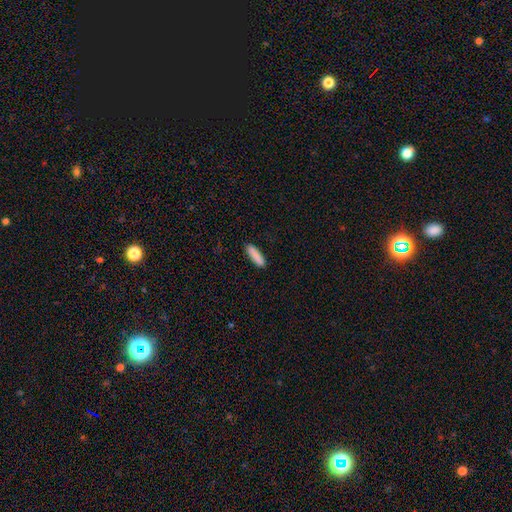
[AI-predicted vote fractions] A smooth galaxy with no disk features (89%) that is cigar-shaped (73%). Merging: none (89%).